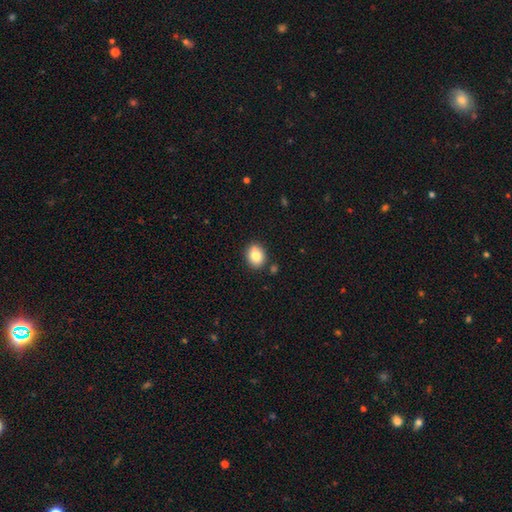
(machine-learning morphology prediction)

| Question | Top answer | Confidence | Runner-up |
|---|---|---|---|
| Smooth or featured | smooth | 83% | star or artifact (9%) |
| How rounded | round | 54% | in between (45%) |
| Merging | none | 84% | minor disturbance (10%) |